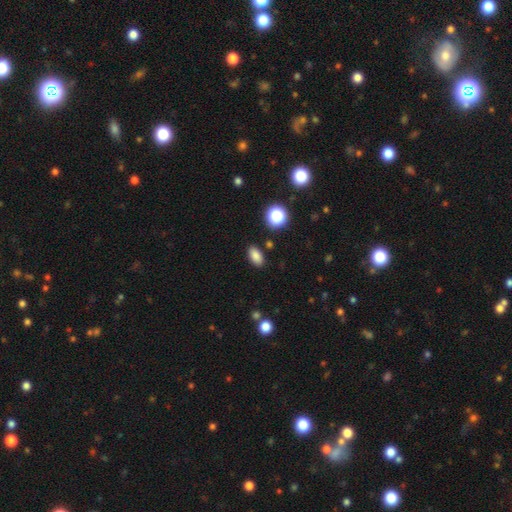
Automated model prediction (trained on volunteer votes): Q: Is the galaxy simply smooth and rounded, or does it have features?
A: smooth — 84%.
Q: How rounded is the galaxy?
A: in between — 88%.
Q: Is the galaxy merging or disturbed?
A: none — 88%.